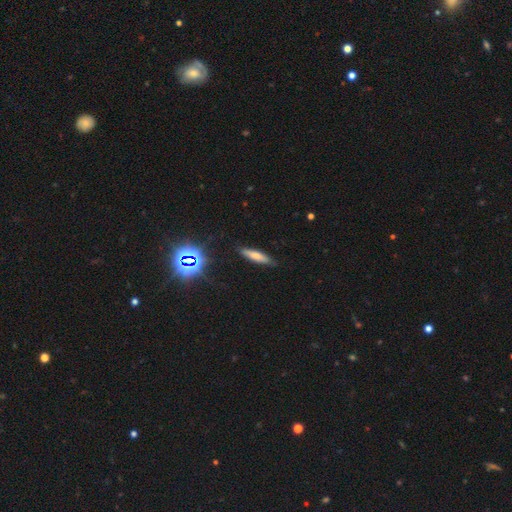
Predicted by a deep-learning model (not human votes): Smooth or featured? smooth (65%)
How rounded? cigar-shaped (76%)
Merging? none (84%)